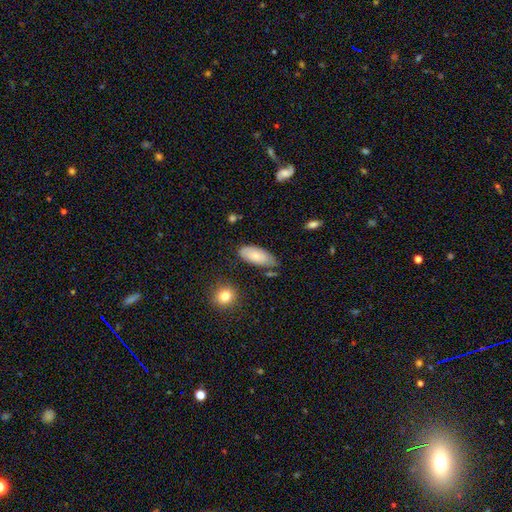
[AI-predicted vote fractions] This is likely a smooth galaxy (71%). How rounded: clearly in between (90%). Merging: likely none (62%).